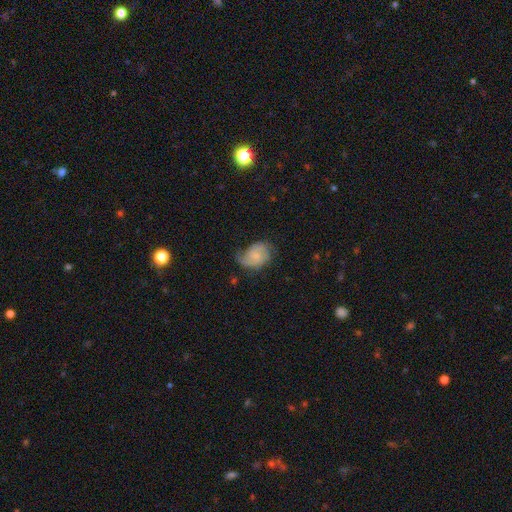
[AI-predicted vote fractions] A featured or disk galaxy (50%).

Vote fractions:
- Smooth or featured? featured or disk: 50% / smooth: 42% / star or artifact: 8%
- Edge-on disk? no: 97% / yes: 3%
- Merging? none: 47% / minor disturbance: 32% / major disturbance: 19% / merger: 2%